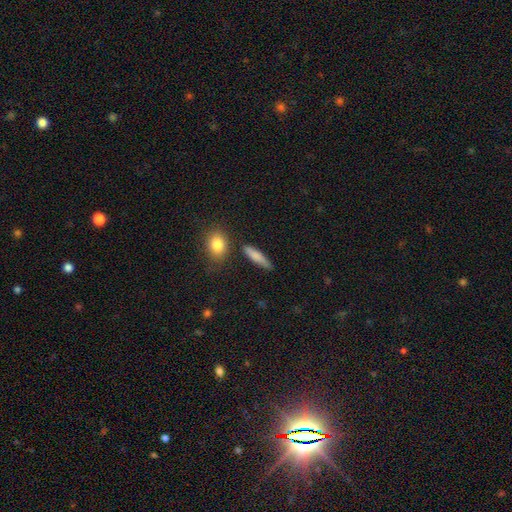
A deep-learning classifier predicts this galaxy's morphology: This appears to be a smooth galaxy with no disk features (80%) that is cigar-shaped (73%). Merging: none (79%).